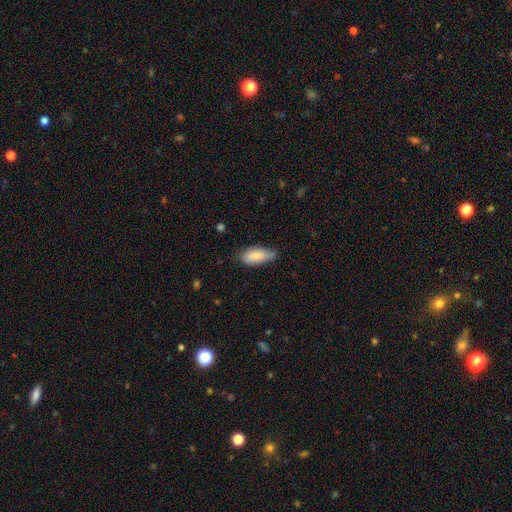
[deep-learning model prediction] smooth 84%, featured or disk 10%, star or artifact 6%. Down the decision tree: how rounded — in between (86%); merging — none (62%).